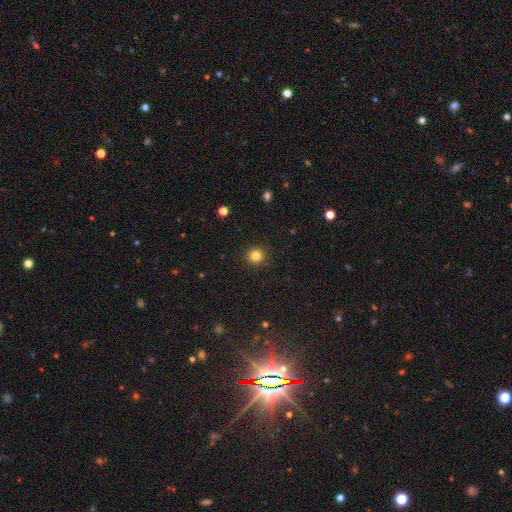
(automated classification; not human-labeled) Smooth or featured? smooth (83%)
How rounded? round (91%)
Merging? none (91%)